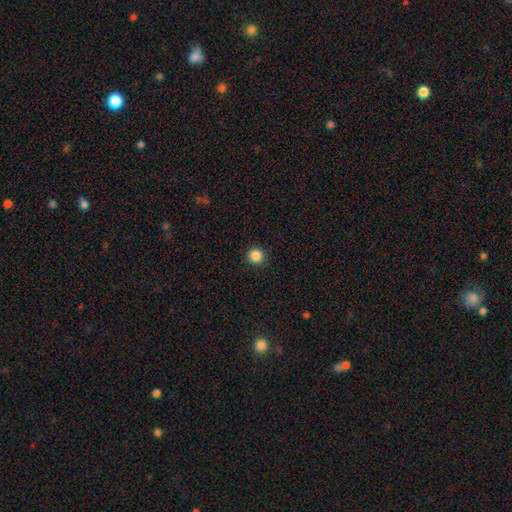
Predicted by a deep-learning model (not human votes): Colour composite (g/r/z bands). It shows a smooth galaxy with no disk features (86%) that is round (96%). Merging: none (92%).